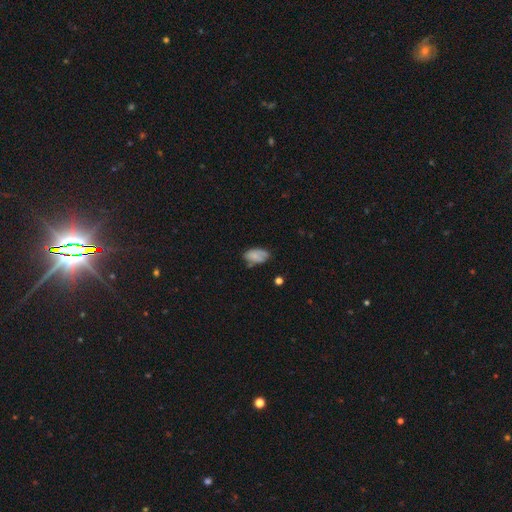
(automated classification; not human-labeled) Smooth or featured?
  - smooth: 69% *
  - featured or disk: 22%
  - star or artifact: 9%
How rounded?
  - in between: 92% *
  - round: 5%
  - cigar-shaped: 3%
Merging?
  - none: 52% *
  - minor disturbance: 32%
  - major disturbance: 11%
  - merger: 5%